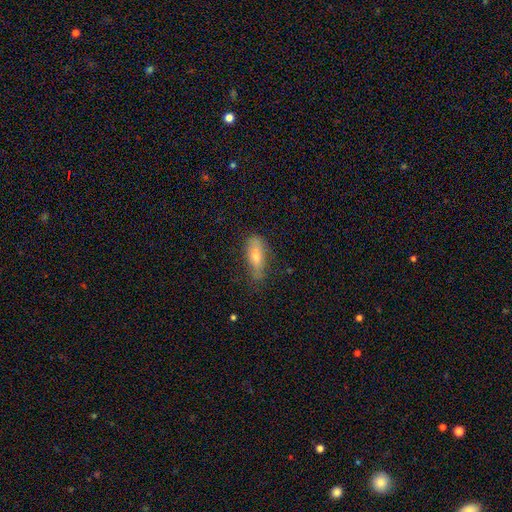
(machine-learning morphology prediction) smooth_or_featured: smooth (p=0.62) [alt: featured or disk p=0.30]
how_rounded: in between (p=0.60) [alt: cigar-shaped p=0.38]
merging: none (p=0.68) [alt: minor disturbance p=0.25]